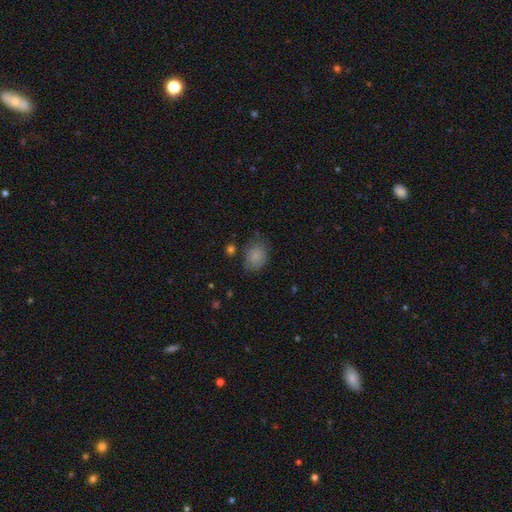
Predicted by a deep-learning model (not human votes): A smooth galaxy with no disk features (81%) that is in between round and cigar-shaped (63%).

Vote fractions:
- Smooth or featured? smooth: 81% / featured or disk: 10% / star or artifact: 9%
- How rounded? in between: 63% / round: 36% / cigar-shaped: 1%
- Merging? none: 65% / minor disturbance: 24% / major disturbance: 8% / merger: 3%